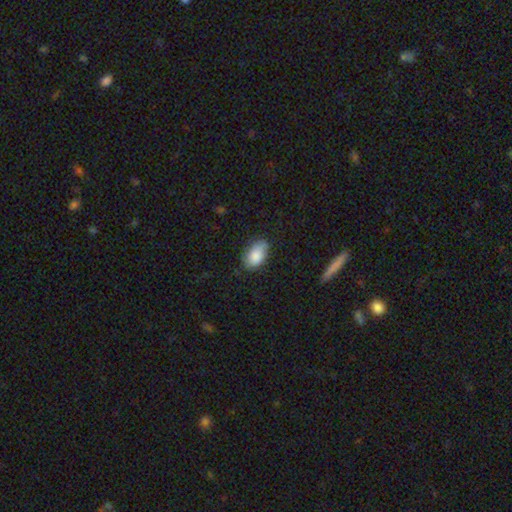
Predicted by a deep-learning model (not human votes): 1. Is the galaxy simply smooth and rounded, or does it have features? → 84% smooth, 9% featured or disk, 7% star or artifact.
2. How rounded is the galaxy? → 93% in between, 6% round, 1% cigar-shaped.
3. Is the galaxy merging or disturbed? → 72% none, 22% minor disturbance, 4% major disturbance, 1% merger.